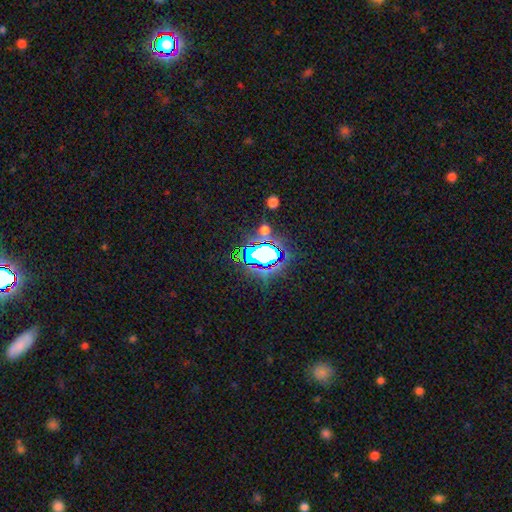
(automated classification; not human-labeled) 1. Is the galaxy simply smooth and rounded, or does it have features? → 81% star or artifact, 12% smooth, 7% featured or disk.